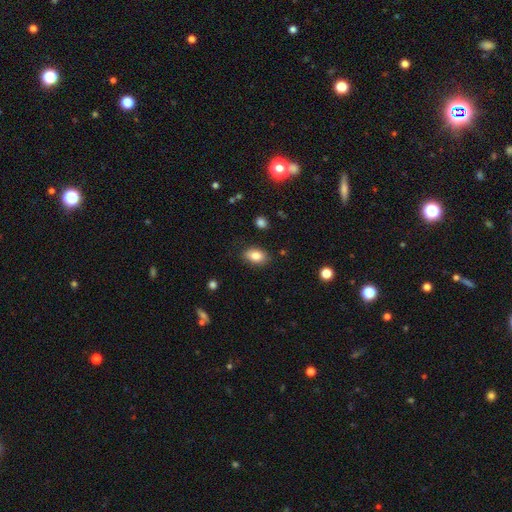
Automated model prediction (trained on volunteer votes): smooth_or_featured: smooth (p=0.83) [alt: featured or disk p=0.09]
how_rounded: in between (p=0.88) [alt: round p=0.11]
merging: none (p=0.84) [alt: minor disturbance p=0.12]